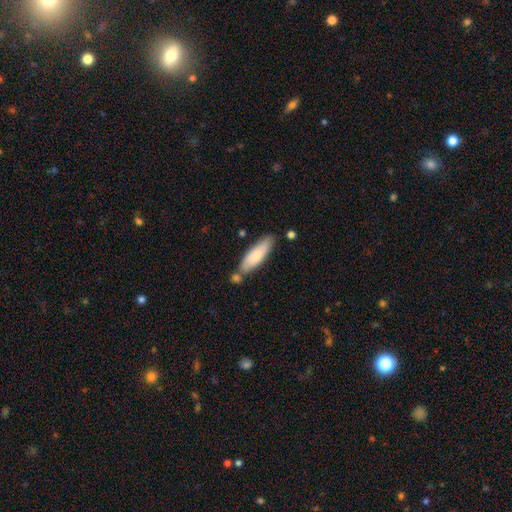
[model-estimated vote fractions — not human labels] smooth_or_featured: smooth (p=0.73) [alt: featured or disk p=0.21]
how_rounded: cigar-shaped (p=0.57) [alt: in between p=0.41]
merging: none (p=0.67) [alt: minor disturbance p=0.17]